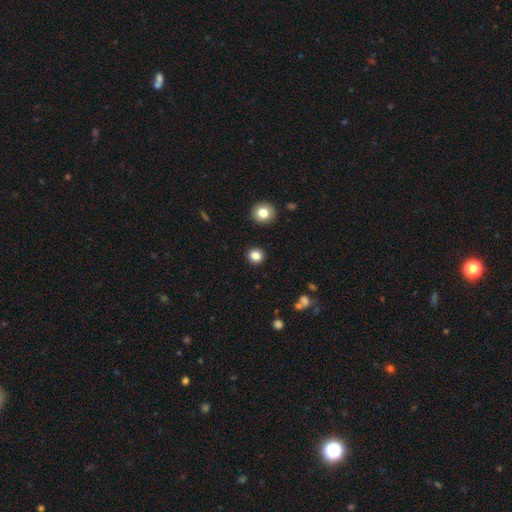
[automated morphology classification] Q: Smooth or featured?
A: smooth (83%); runner-up: star or artifact (12%)
Q: How rounded?
A: round (84%); runner-up: in between (15%)
Q: Merging?
A: none (91%); runner-up: minor disturbance (6%)